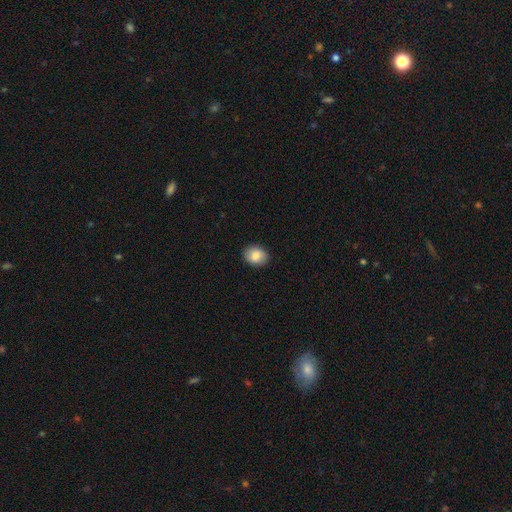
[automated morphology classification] Smooth or featured: smooth — 83% (featured or disk — 9%)
How rounded: in between — 52% (round — 47%)
Merging: none — 90% (minor disturbance — 8%)